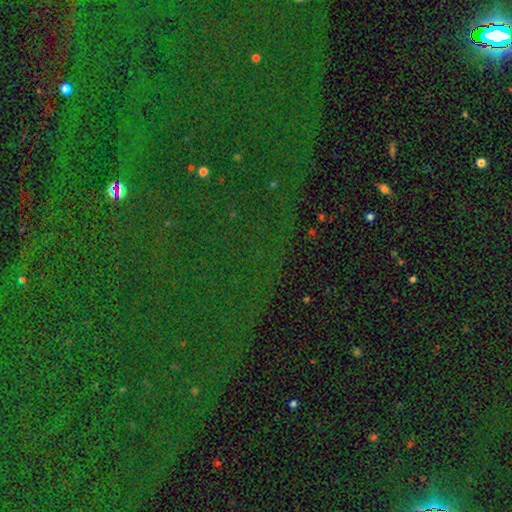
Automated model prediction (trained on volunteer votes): Morphology: type=star or artifact (86%).